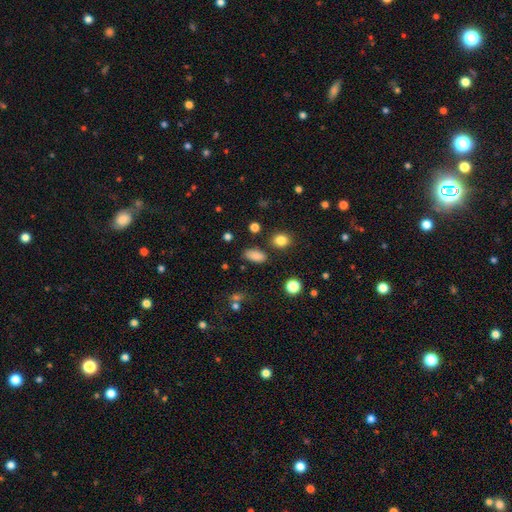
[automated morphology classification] smooth_or_featured: smooth (p=0.84) [alt: star or artifact p=0.11]
how_rounded: in between (p=0.89) [alt: round p=0.07]
merging: none (p=0.82) [alt: minor disturbance p=0.11]